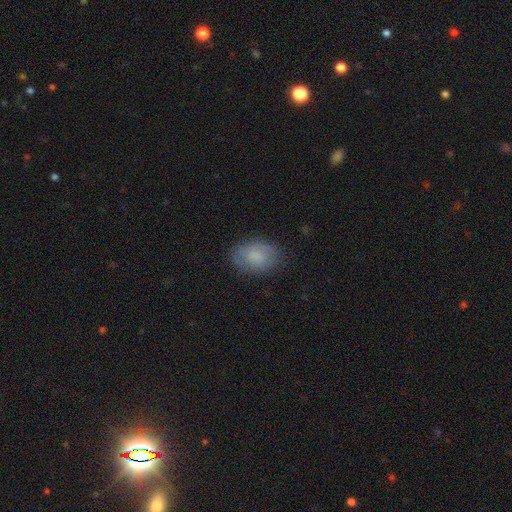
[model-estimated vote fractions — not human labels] Overall: smooth (73%). How rounded: in between (83%). Merging: none (77%).